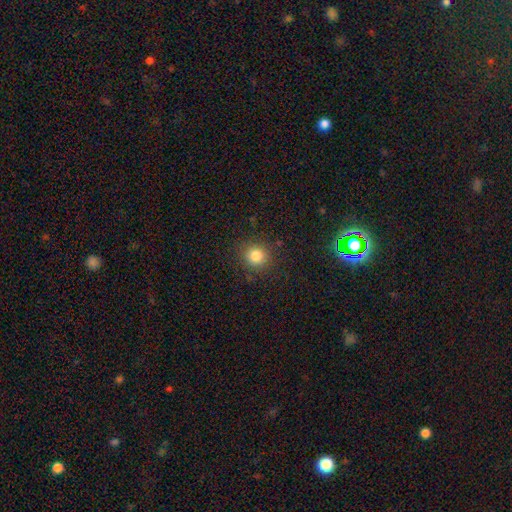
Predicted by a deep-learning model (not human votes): A smooth galaxy with no disk features (82%) that is round (91%). Merging: none (89%).